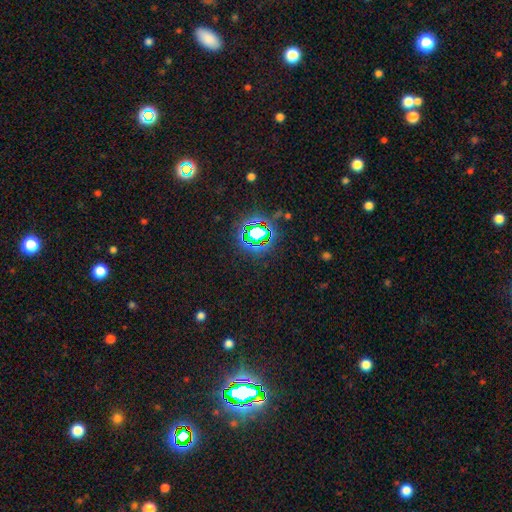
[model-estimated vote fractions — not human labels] Smooth or featured? star or artifact (81%)